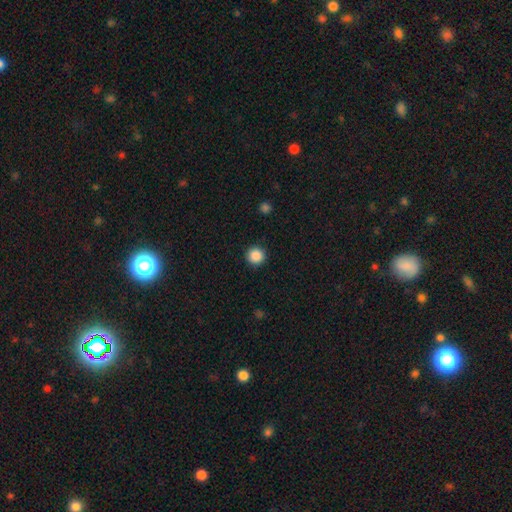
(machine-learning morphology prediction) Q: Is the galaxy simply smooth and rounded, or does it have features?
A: smooth — 87%.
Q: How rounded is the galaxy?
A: round — 96%.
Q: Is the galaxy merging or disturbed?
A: none — 92%.